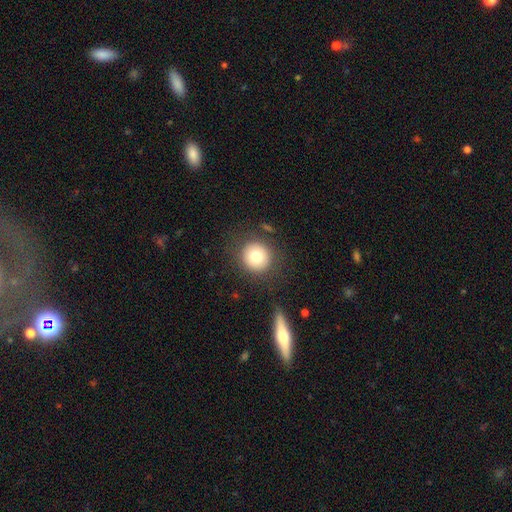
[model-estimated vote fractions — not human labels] A smooth galaxy with no disk features (77%) that is round (93%). Merging: none (84%).